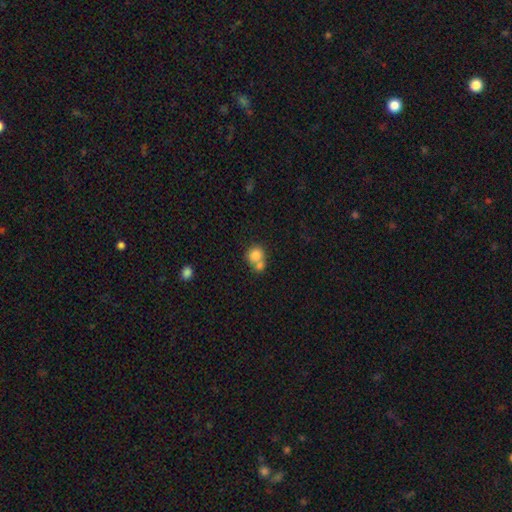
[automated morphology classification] A smooth galaxy with no disk features (79%) that is round (79%).

Vote fractions:
- Smooth or featured? smooth: 79% / featured or disk: 12% / star or artifact: 10%
- How rounded? round: 79% / in between: 20% / cigar-shaped: 1%
- Merging? merger: 52% / none: 36% / minor disturbance: 8% / major disturbance: 3%